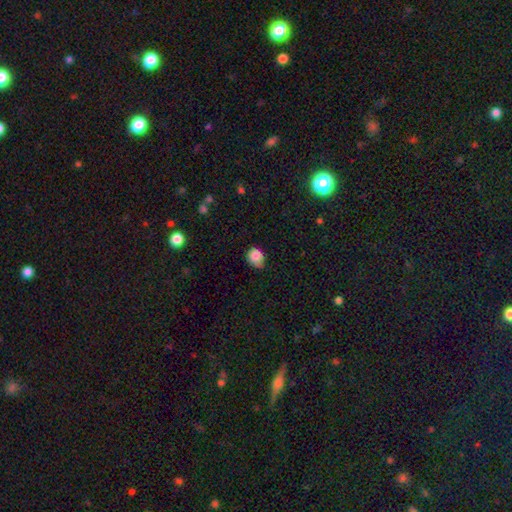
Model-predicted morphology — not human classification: This is clearly a smooth galaxy (84%). How rounded: possibly round (60%). Merging: possibly none (50%).